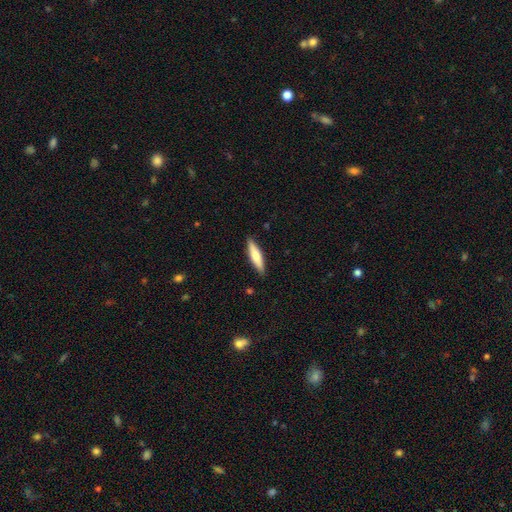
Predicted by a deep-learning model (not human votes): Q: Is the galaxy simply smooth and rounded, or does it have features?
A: smooth — 63%.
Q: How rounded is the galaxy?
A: cigar-shaped — 71%.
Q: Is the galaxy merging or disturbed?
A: none — 88%.